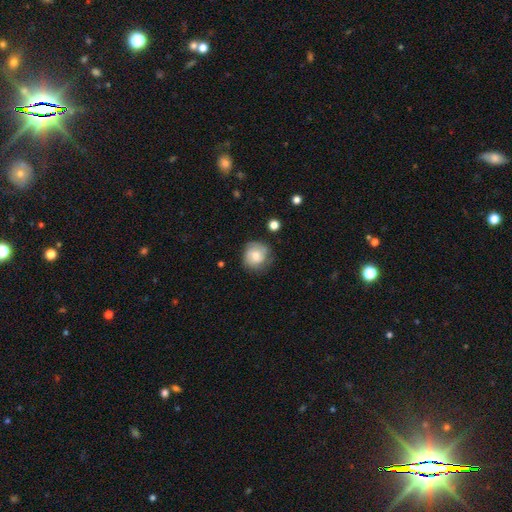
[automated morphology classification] smooth 63%, featured or disk 29%, star or artifact 8%. Down the decision tree: how rounded — round (84%); merging — none (67%).